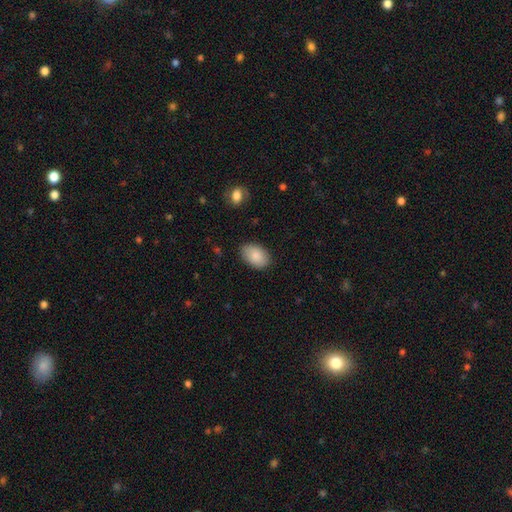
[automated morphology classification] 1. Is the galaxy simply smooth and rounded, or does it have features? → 87% smooth, 6% star or artifact, 6% featured or disk.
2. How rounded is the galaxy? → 90% in between, 9% round, 1% cigar-shaped.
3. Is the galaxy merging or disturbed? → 86% none, 11% minor disturbance, 2% major disturbance, 1% merger.